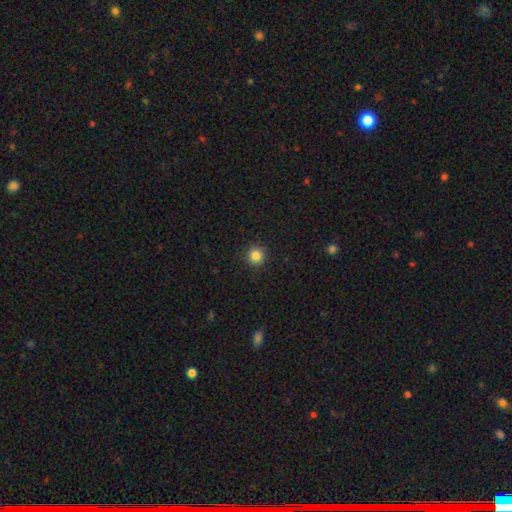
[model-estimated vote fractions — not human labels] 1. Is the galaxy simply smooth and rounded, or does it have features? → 84% smooth, 11% star or artifact, 4% featured or disk.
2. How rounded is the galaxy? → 94% round, 5% in between, 1% cigar-shaped.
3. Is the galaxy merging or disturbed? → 92% none, 5% minor disturbance, 2% major disturbance, 1% merger.